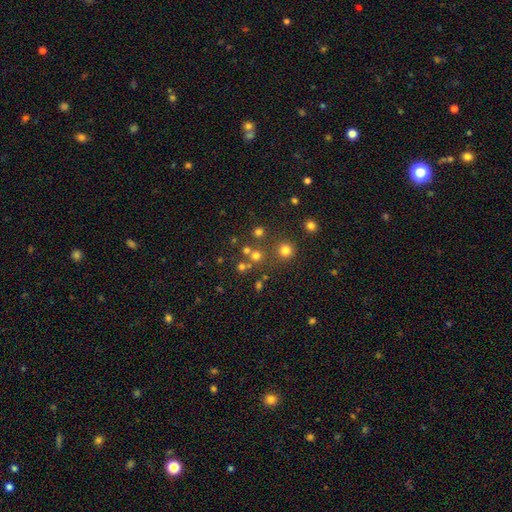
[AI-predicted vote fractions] smooth-or-featured: smooth: 66% | star or artifact: 24% | featured or disk: 10%
  how-rounded: round: 91% | in between: 8% | cigar-shaped: 1%
  merging: none: 69% | merger: 20% | minor disturbance: 7% | major disturbance: 4%